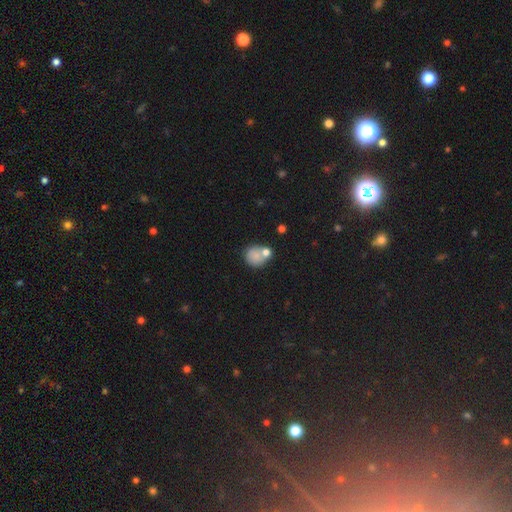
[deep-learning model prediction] Smooth or featured? smooth (79%)
How rounded? round (79%)
Merging? none (55%)